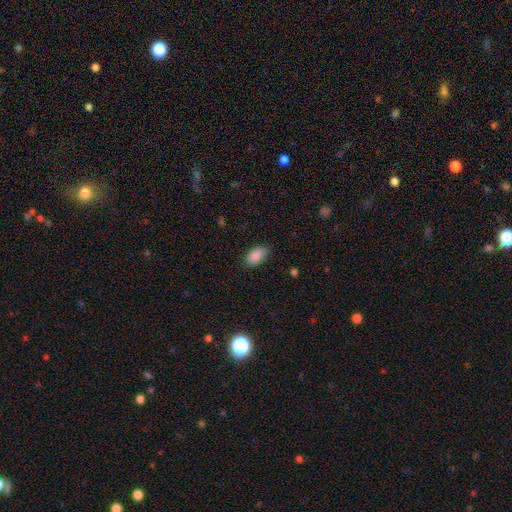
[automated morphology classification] Overall: smooth (88%). How rounded: in between (93%). Merging: none (75%).